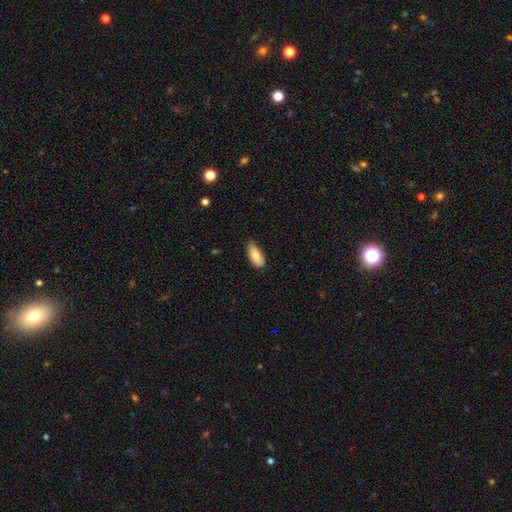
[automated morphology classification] Q: Smooth or featured?
A: smooth (84%); runner-up: featured or disk (10%)
Q: How rounded?
A: in between (88%); runner-up: cigar-shaped (10%)
Q: Merging?
A: none (73%); runner-up: minor disturbance (24%)